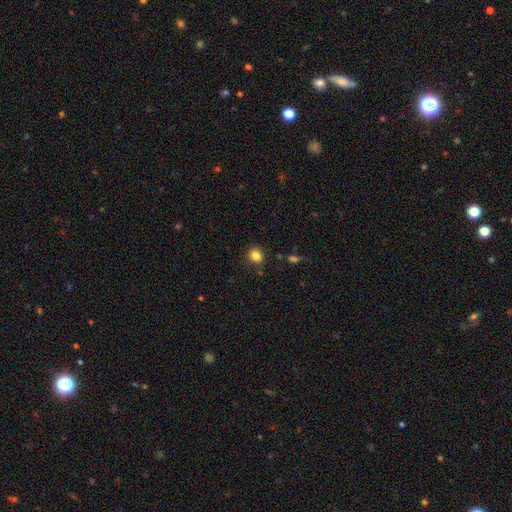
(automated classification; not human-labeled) smooth 84%, star or artifact 11%, featured or disk 5%. Down the decision tree: how rounded — round (70%); merging — none (86%).